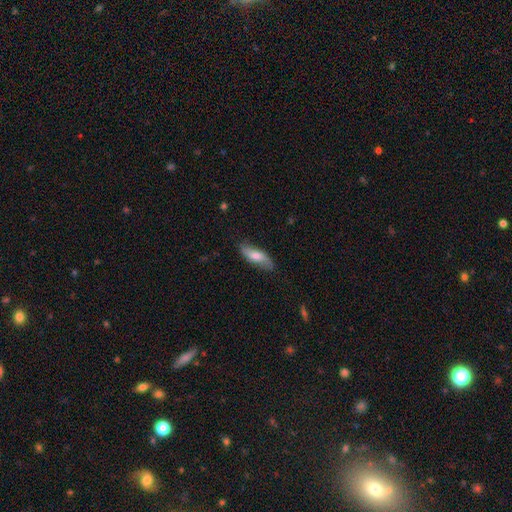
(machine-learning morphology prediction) type=smooth (62%); roundness=in between (59%); merging=none (76%).